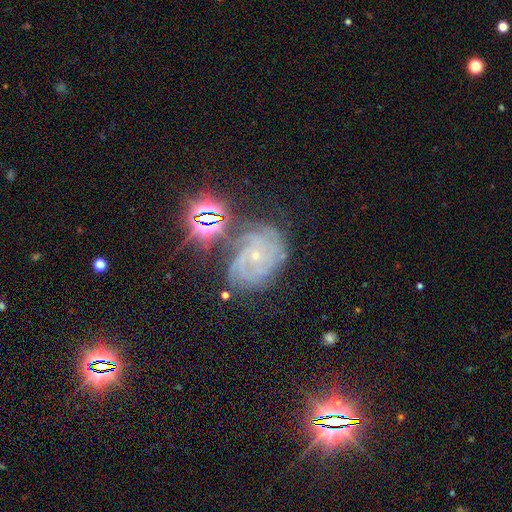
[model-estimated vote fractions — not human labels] A featured or disk galaxy (73%) with no bar (73%), tight (73%) spiral arms (96%) and a small central bulge (80%). Merging: none (67%).